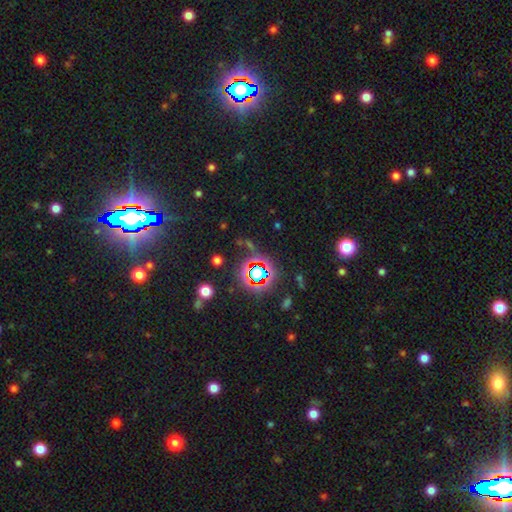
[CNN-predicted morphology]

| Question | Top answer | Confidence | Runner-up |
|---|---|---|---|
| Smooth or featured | star or artifact | 79% | smooth (11%) |